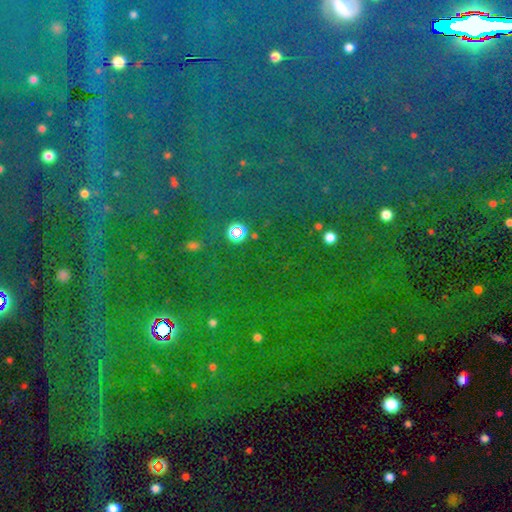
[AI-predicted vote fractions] star or artifact 86%, smooth 8%, featured or disk 7%.